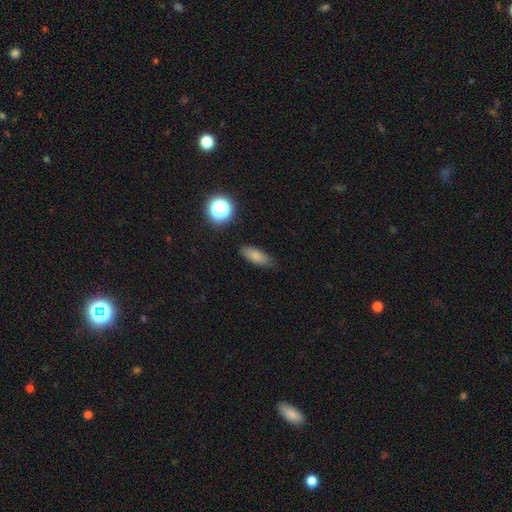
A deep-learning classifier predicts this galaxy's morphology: A smooth galaxy with no disk features (78%) that is in between round and cigar-shaped (71%).

Vote fractions:
- Smooth or featured? smooth: 78% / featured or disk: 11% / star or artifact: 11%
- How rounded? in between: 71% / cigar-shaped: 24% / round: 5%
- Merging? none: 80% / minor disturbance: 15% / major disturbance: 3% / merger: 2%